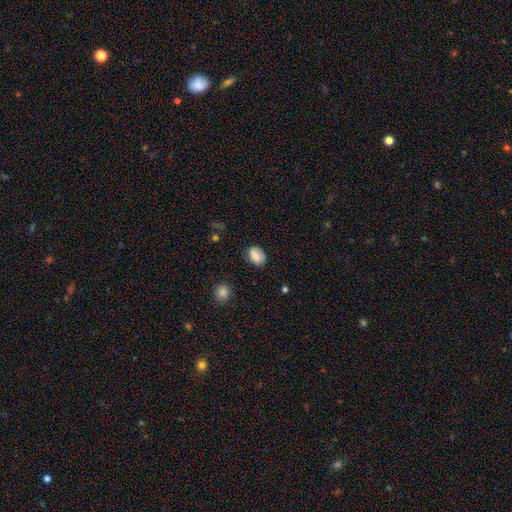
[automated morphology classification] Smooth or featured? Predicted: smooth (p=0.84). How rounded? Predicted: in between (p=0.75). Merging? Predicted: none (p=0.77).